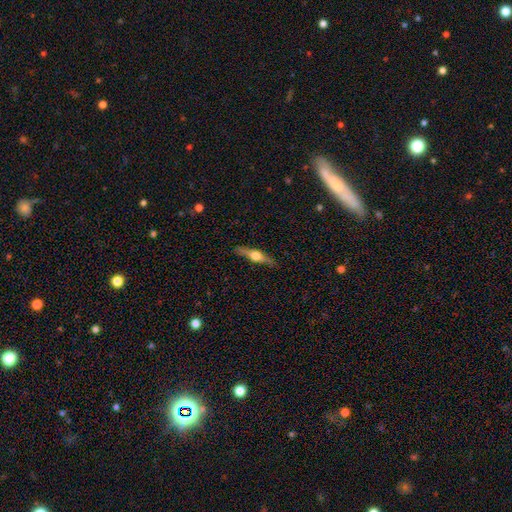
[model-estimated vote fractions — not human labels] Q: Smooth or featured?
A: featured or disk (66%); runner-up: smooth (28%)
Q: Edge-on disk?
A: yes (96%); runner-up: no (4%)
Q: Edge-on bulge?
A: rounded (94%); runner-up: boxy (4%)
Q: Merging?
A: none (86%); runner-up: minor disturbance (11%)